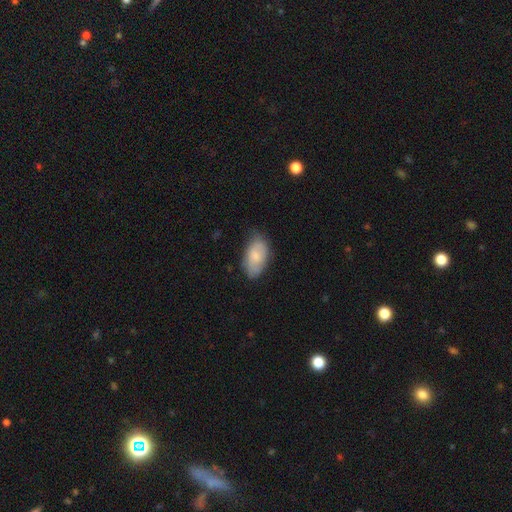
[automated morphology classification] Smooth or featured? Predicted: smooth (p=0.71). How rounded? Predicted: in between (p=0.94). Merging? Predicted: none (p=0.69).